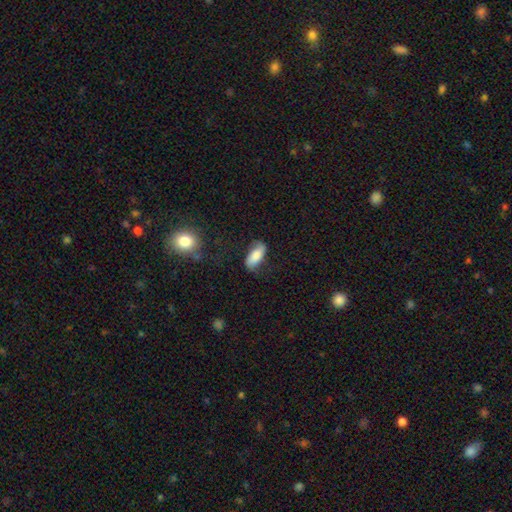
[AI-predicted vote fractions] Smooth or featured: smooth — 69% (featured or disk — 24%)
How rounded: in between — 87% (cigar-shaped — 10%)
Merging: none — 62% (minor disturbance — 24%)